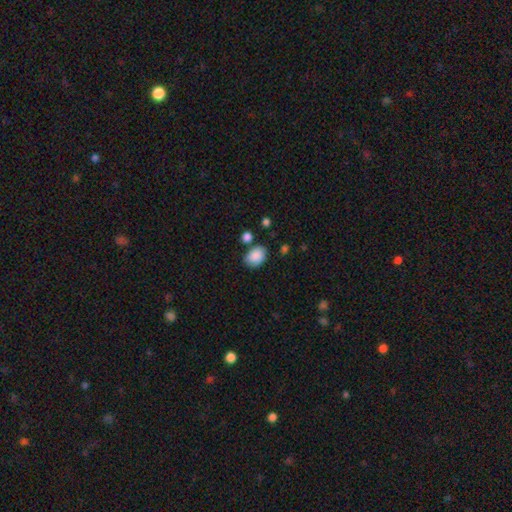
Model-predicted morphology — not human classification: smooth-or-featured: smooth: 87% | star or artifact: 7% | featured or disk: 5%
  how-rounded: in between: 76% | round: 23% | cigar-shaped: 1%
  merging: none: 69% | minor disturbance: 18% | merger: 9% | major disturbance: 4%